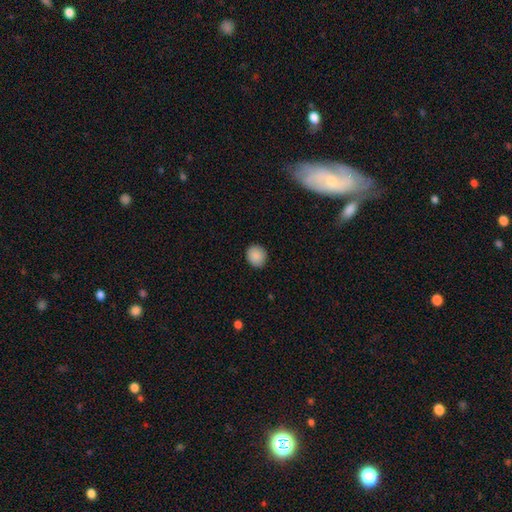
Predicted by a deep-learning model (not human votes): Q: Smooth or featured?
A: smooth (89%); runner-up: star or artifact (8%)
Q: How rounded?
A: round (81%); runner-up: in between (18%)
Q: Merging?
A: none (90%); runner-up: minor disturbance (7%)